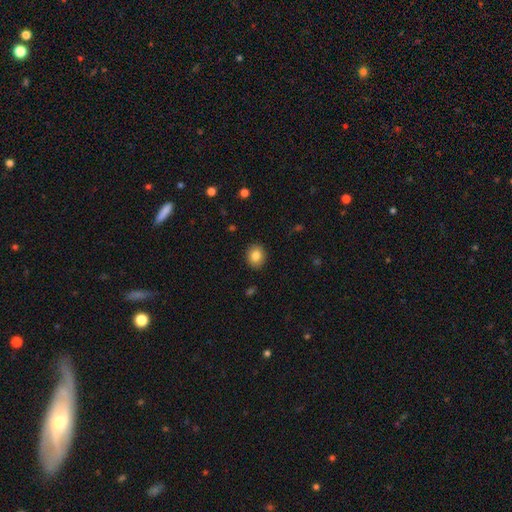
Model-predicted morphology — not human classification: Overall: smooth (84%). How rounded: round (61%; in between 38%). Merging: none (90%).